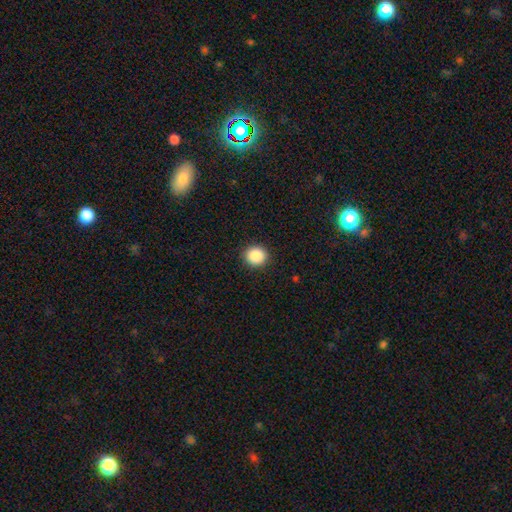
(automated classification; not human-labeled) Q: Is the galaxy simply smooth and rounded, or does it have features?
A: smooth — 88%.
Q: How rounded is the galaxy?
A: round — 91%.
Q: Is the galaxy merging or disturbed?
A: none — 92%.